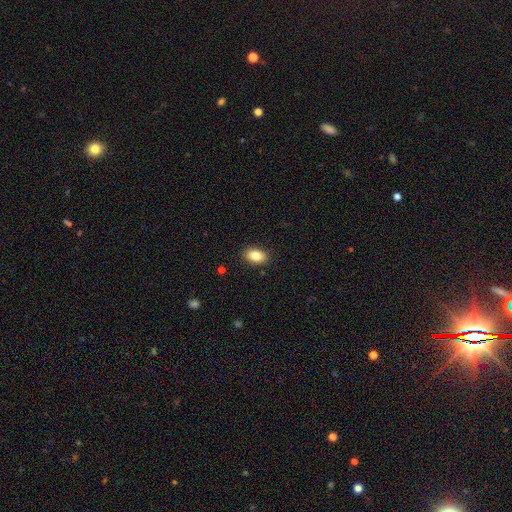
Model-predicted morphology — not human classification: A smooth galaxy with no disk features (84%) that is in between round and cigar-shaped (89%).

Vote fractions:
- Smooth or featured? smooth: 84% / star or artifact: 8% / featured or disk: 8%
- How rounded? in between: 89% / round: 9% / cigar-shaped: 2%
- Merging? none: 89% / minor disturbance: 8% / major disturbance: 2% / merger: 1%